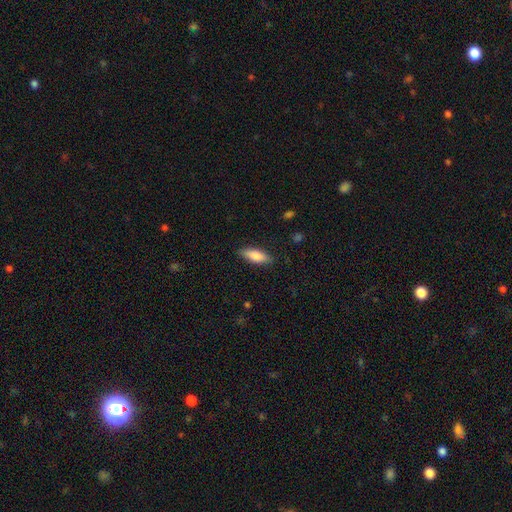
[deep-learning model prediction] Overall: smooth (79%). How rounded: in between (61%; cigar-shaped 37%). Merging: none (87%).